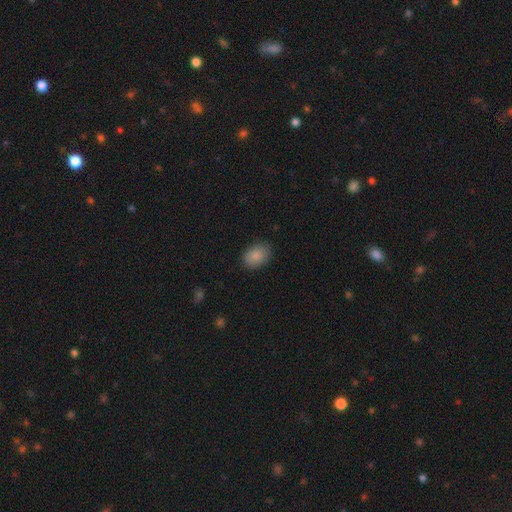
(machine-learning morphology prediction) This is clearly a smooth galaxy (87%). How rounded: likely in between (76%). Merging: clearly none (85%).